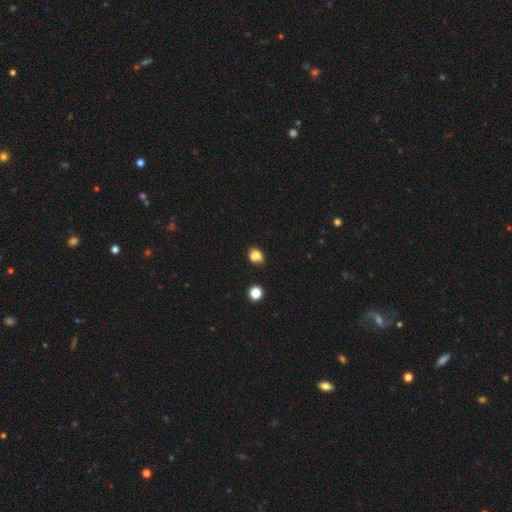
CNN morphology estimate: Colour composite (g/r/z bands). It shows a smooth galaxy with no disk features (76%) that is in between round and cigar-shaped (54%). Merging: none (47%).